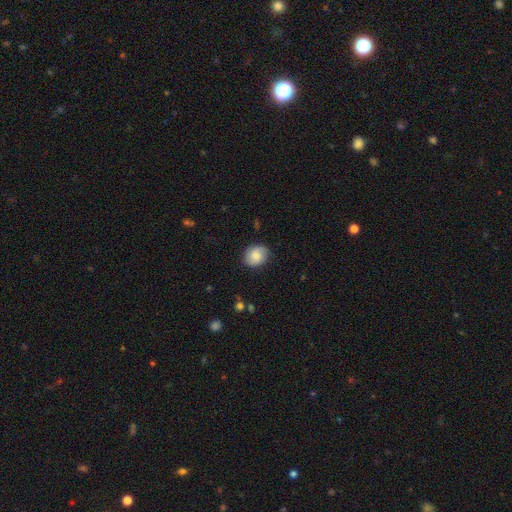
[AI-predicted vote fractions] The model was most divided on "how rounded": round: 60%, in between: 39%, cigar-shaped: 1%. More confident: merging — none (83%); smooth or featured — smooth (71%).